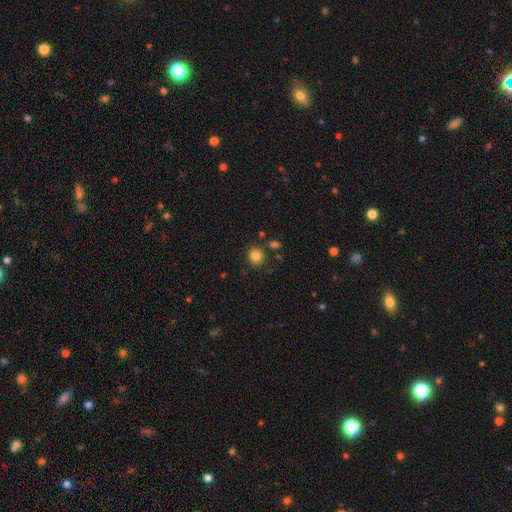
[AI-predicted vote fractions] A smooth galaxy with no disk features (83%) that is round (84%). Merging: none (84%).